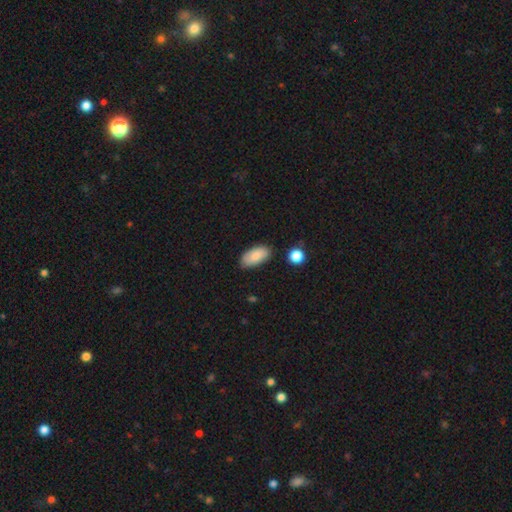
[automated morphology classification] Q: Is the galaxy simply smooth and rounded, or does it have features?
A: smooth — 82%.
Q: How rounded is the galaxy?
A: in between — 93%.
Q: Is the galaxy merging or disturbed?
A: none — 82%.